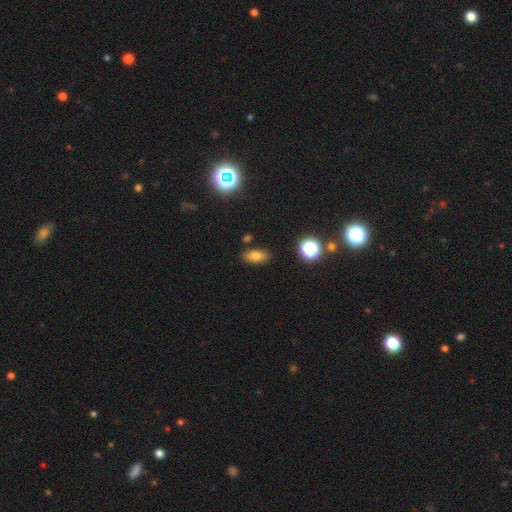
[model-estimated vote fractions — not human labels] Morphology: type=smooth (74%); roundness=in between (84%); merging=none (85%).